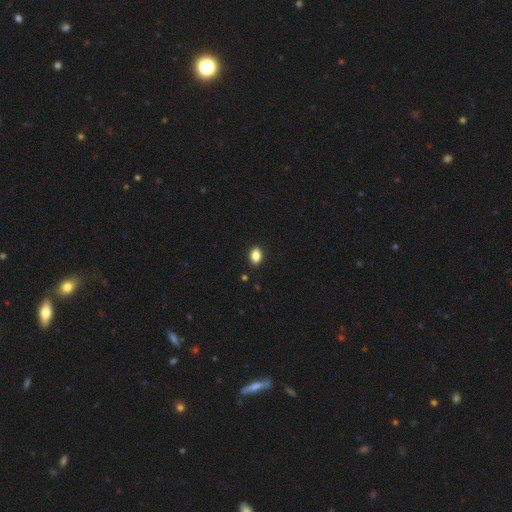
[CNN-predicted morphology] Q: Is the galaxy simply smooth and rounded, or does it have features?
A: smooth — 86%.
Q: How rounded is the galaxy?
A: in between — 79%.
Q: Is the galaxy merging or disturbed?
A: none — 89%.